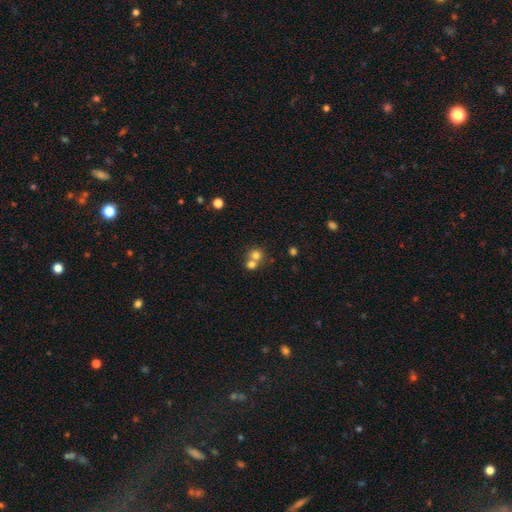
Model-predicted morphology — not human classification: A smooth galaxy with no disk features (74%) that is round (84%).

Vote fractions:
- Smooth or featured? smooth: 74% / star or artifact: 13% / featured or disk: 13%
- How rounded? round: 84% / in between: 15% / cigar-shaped: 1%
- Merging? merger: 54% / none: 39% / minor disturbance: 5% / major disturbance: 2%